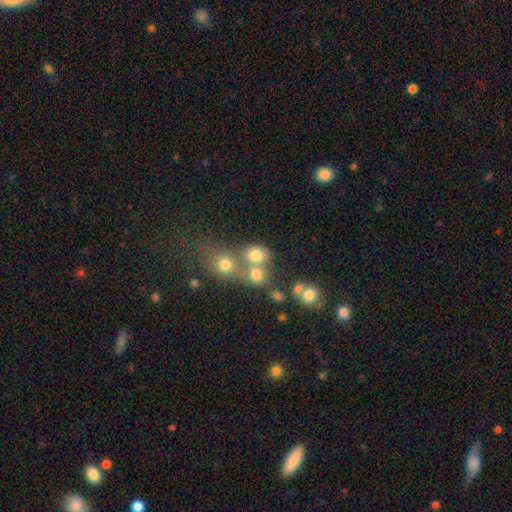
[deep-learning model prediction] smooth_or_featured: smooth (p=0.73) [alt: star or artifact p=0.15]
how_rounded: round (p=0.71) [alt: in between p=0.28]
merging: merger (p=0.44) [alt: none p=0.41]